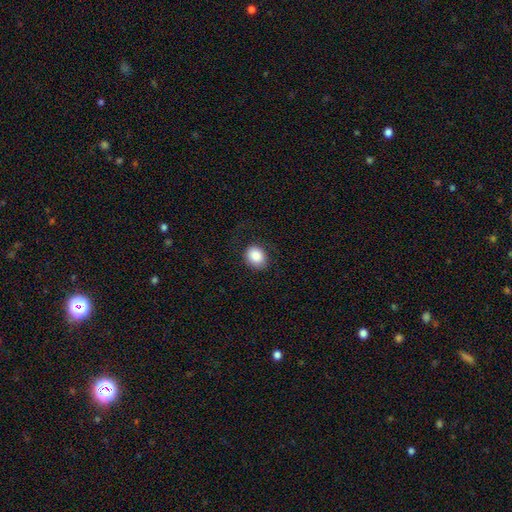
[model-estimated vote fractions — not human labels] Smooth or featured: smooth — 87% (star or artifact — 8%)
How rounded: round — 56% (in between — 43%)
Merging: none — 76% (minor disturbance — 15%)